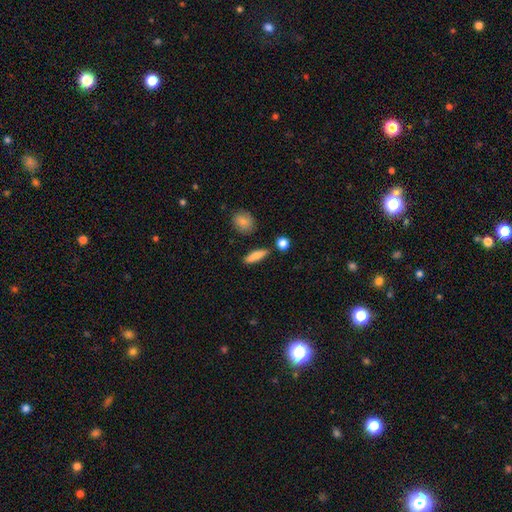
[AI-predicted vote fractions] The model was most divided on "how rounded": cigar-shaped: 53%, in between: 42%, round: 5%. More confident: merging — none (83%); smooth or featured — smooth (78%).